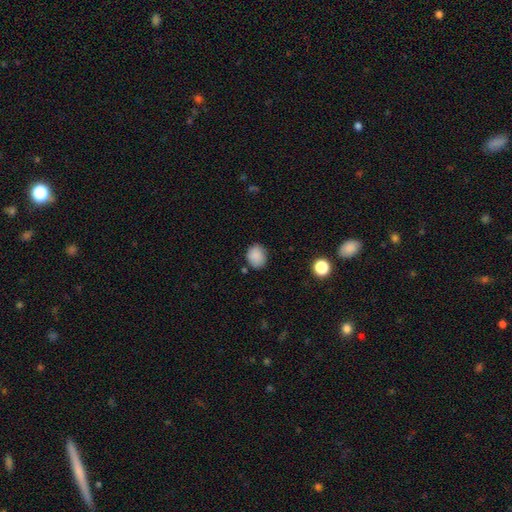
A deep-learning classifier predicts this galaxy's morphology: smooth 87%, star or artifact 9%, featured or disk 4%. Down the decision tree: how rounded — round (64%); merging — none (79%).